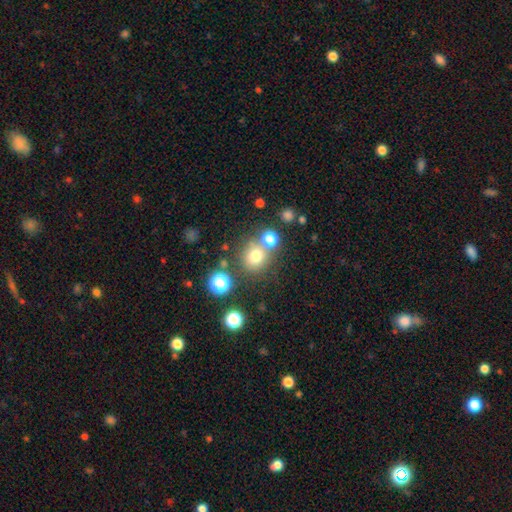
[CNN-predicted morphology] smooth-or-featured: smooth: 73% | star or artifact: 18% | featured or disk: 9%
  how-rounded: round: 88% | in between: 11% | cigar-shaped: 1%
  merging: none: 69% | merger: 17% | minor disturbance: 10% | major disturbance: 4%